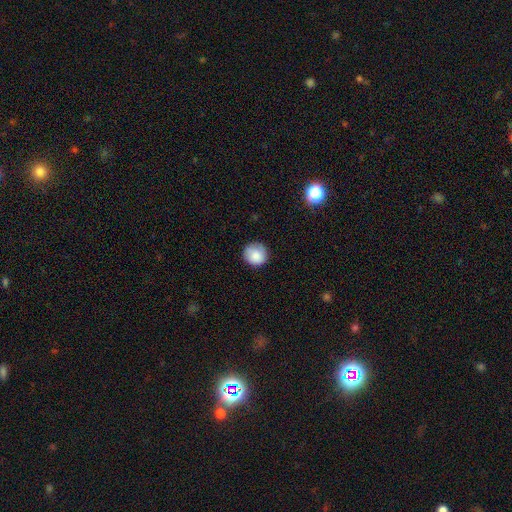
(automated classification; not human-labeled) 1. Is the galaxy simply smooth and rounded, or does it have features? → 84% smooth, 8% star or artifact, 8% featured or disk.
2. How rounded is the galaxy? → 92% round, 7% in between, 1% cigar-shaped.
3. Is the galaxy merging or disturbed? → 83% none, 13% minor disturbance, 3% major disturbance, 1% merger.